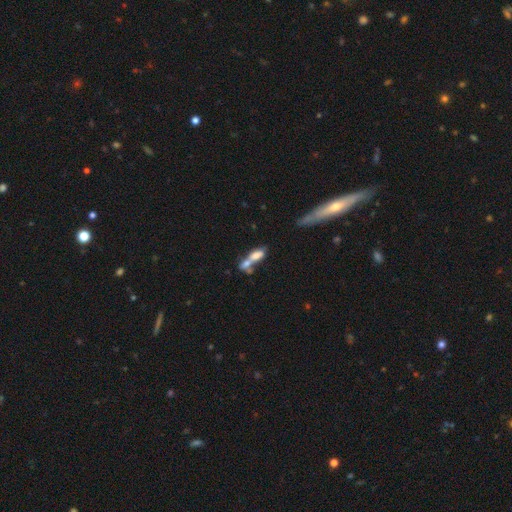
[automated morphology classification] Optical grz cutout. It shows a smooth galaxy with no disk features (60%) that is in between round and cigar-shaped (67%). Merging: merger (66%).